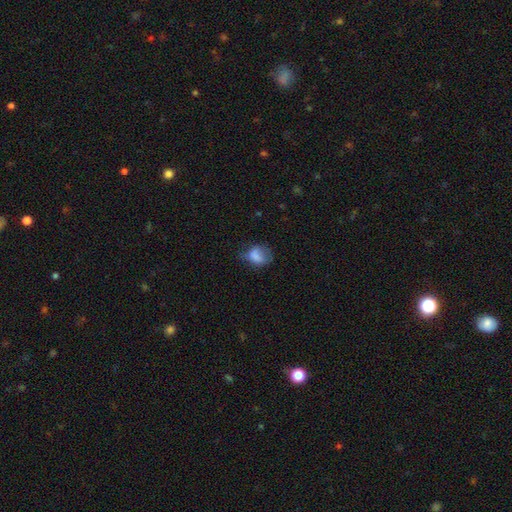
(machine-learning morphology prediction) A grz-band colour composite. It shows a smooth galaxy with no disk features (73%) that is in between round and cigar-shaped (61%). Merging: none (38%).